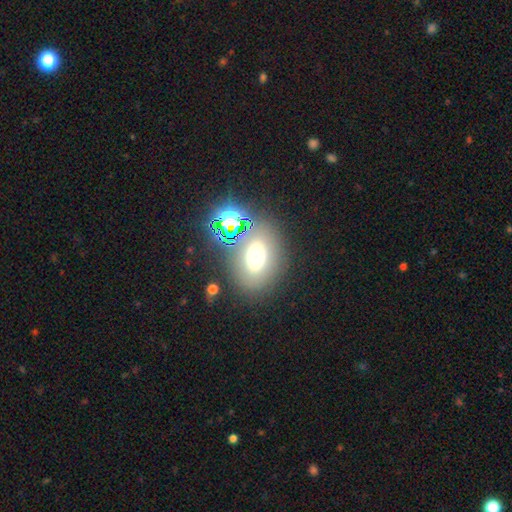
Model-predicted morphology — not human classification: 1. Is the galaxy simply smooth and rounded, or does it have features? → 59% smooth, 24% star or artifact, 17% featured or disk.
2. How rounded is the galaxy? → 66% in between, 33% round, 2% cigar-shaped.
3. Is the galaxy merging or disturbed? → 71% none, 12% minor disturbance, 11% merger, 6% major disturbance.